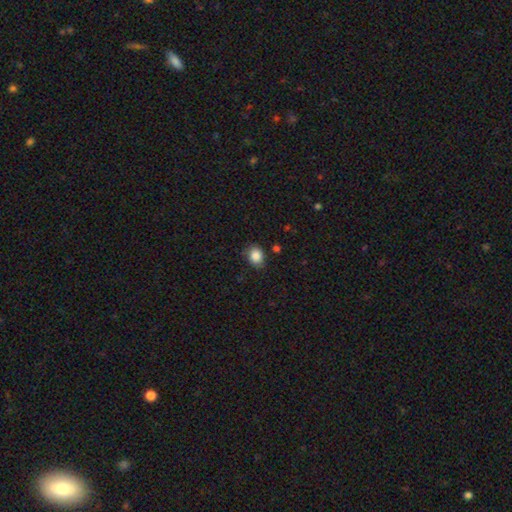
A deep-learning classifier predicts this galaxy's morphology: Smooth or featured? Predicted: smooth (p=0.86). How rounded? Predicted: round (p=0.55). Merging? Predicted: none (p=0.79).